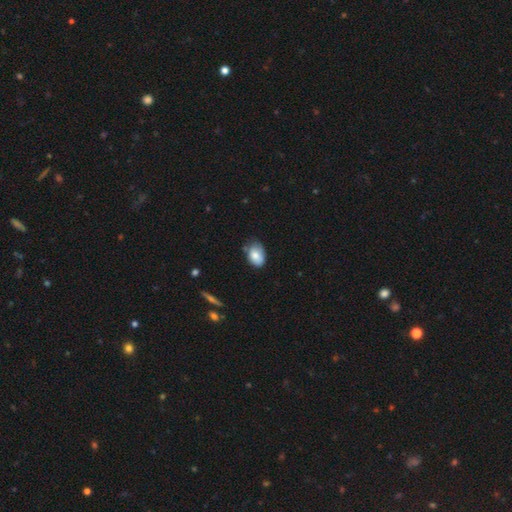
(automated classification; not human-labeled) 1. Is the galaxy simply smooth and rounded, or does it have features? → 77% smooth, 15% featured or disk, 8% star or artifact.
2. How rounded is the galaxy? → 83% in between, 16% round, 1% cigar-shaped.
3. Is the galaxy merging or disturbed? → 55% none, 35% minor disturbance, 6% major disturbance, 3% merger.